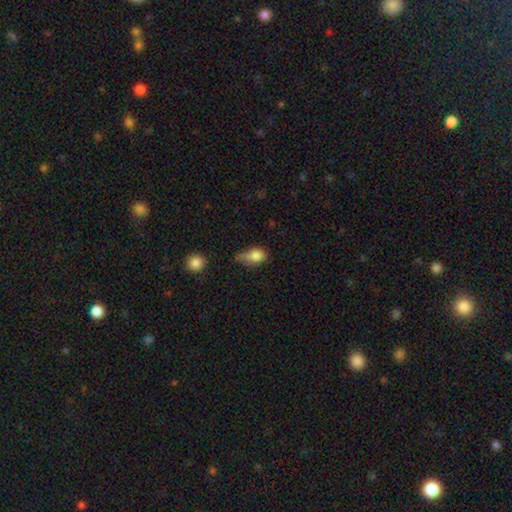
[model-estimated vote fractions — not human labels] Smooth or featured? Predicted: smooth (p=0.79). How rounded? Predicted: in between (p=0.74). Merging? Predicted: minor disturbance (p=0.39).